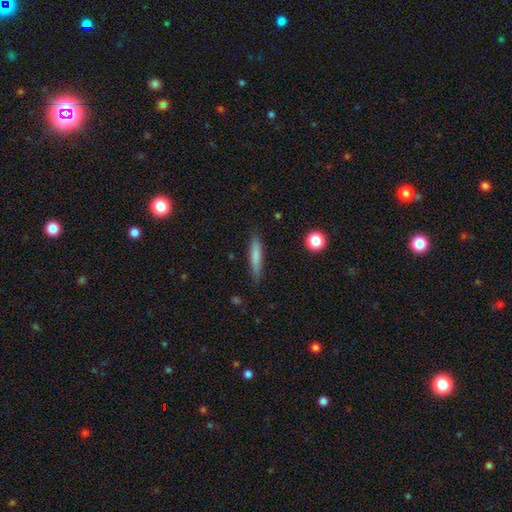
smooth 59%, featured or disk 33%, star or artifact 8%. Down the decision tree: how rounded — cigar-shaped (91%); merging — none (83%).